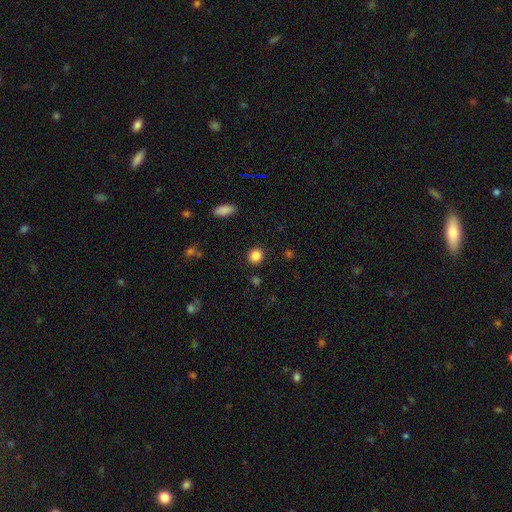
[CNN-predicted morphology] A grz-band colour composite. It shows a smooth galaxy with no disk features (86%) that is round (89%). Merging: none (90%).